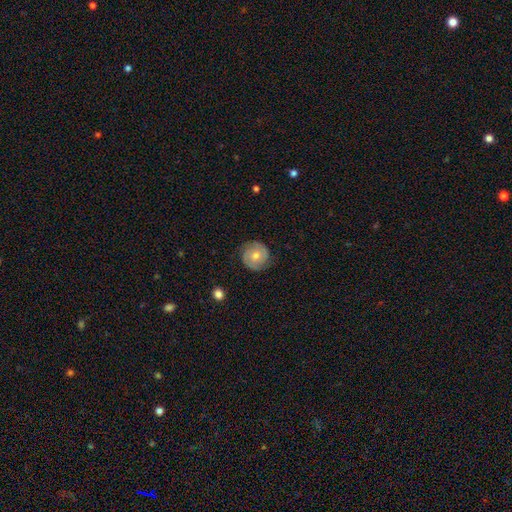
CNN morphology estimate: Smooth or featured? featured or disk (58%)
Edge-on disk? no (97%)
Bar? no (77%)
Spiral arms? yes (83%)
Bulge size? moderate (63%)
Merging? none (85%)